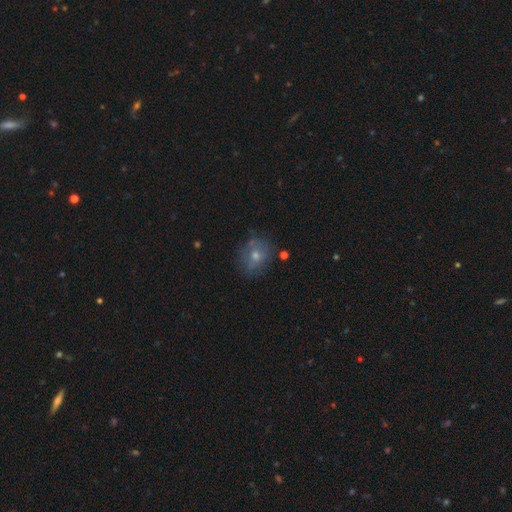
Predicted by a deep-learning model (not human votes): This appears to be a smooth galaxy with no disk features (53%) that is round (63%). Merging: none (70%).